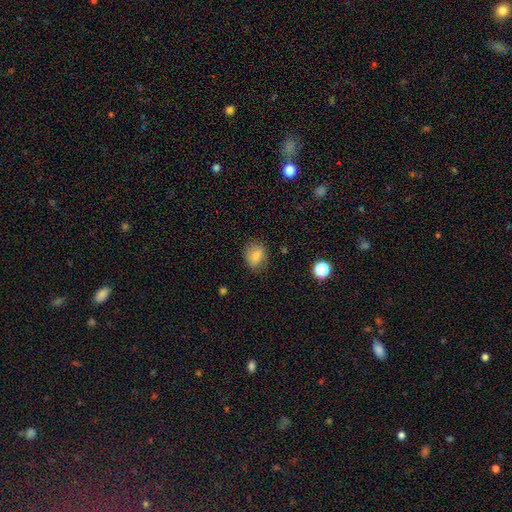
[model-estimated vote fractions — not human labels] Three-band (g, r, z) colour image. It shows a smooth galaxy with no disk features (79%) that is round (52%). Merging: none (79%).